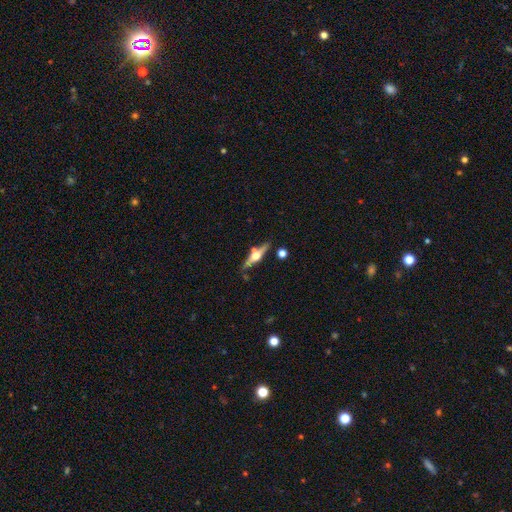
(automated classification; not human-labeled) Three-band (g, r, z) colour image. It shows a featured or disk galaxy (76%) viewed edge-on (97%) with a rounded central bulge (96%). Merging: none (80%).